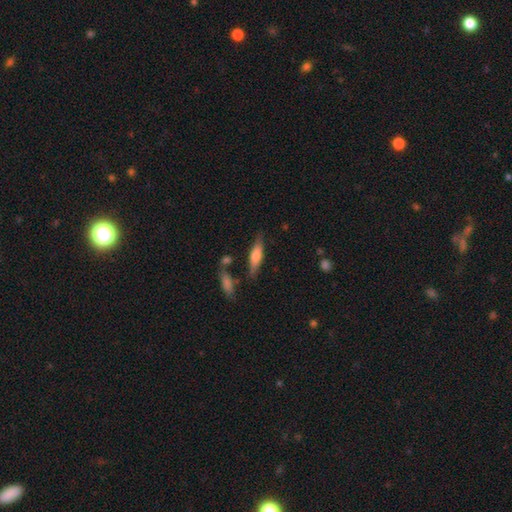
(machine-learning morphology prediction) A smooth galaxy with no disk features (63%) that is cigar-shaped (64%). Merging: none (75%).